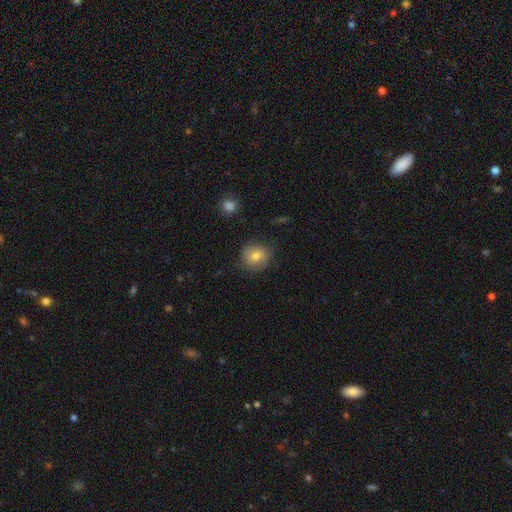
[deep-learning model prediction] This is likely a smooth galaxy (70%). How rounded: clearly round (84%). Merging: likely none (78%).